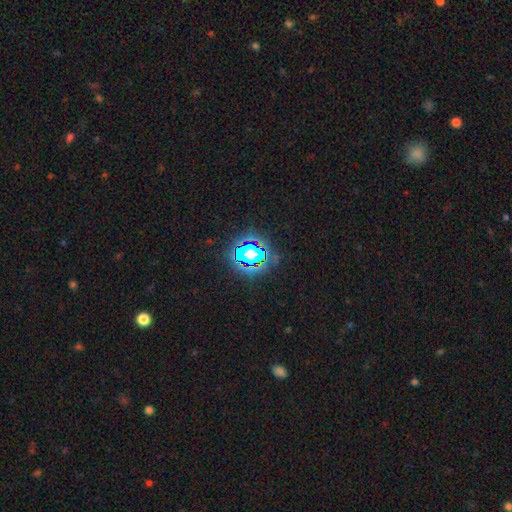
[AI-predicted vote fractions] A star or artifact, not a galaxy (77%).